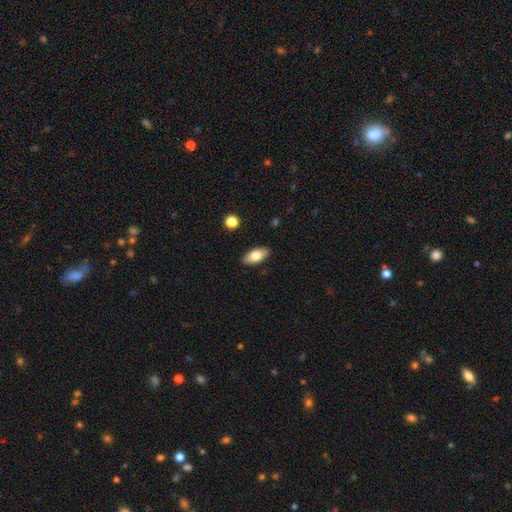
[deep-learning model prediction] Smooth or featured?
  - smooth: 75% *
  - featured or disk: 18%
  - star or artifact: 7%
How rounded?
  - in between: 89% *
  - cigar-shaped: 8%
  - round: 3%
Merging?
  - none: 89% *
  - minor disturbance: 8%
  - major disturbance: 2%
  - merger: 1%